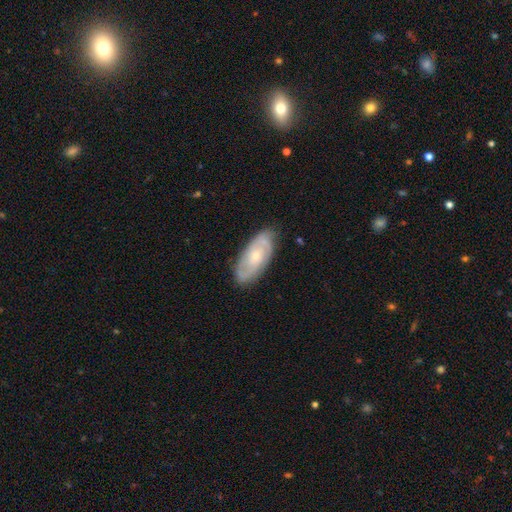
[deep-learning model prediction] The model was most divided on "spiral arm count": 2: 50%, can't tell: 28%, 3: 13%, 4: 4%, 1: 3%, more than 4: 3%. More confident: edge-on disk — no (92%); spiral arms — yes (91%); merging — none (80%); smooth or featured — featured or disk (73%); bar — no (72%); bulge size — small (66%); spiral winding — tight (58%).